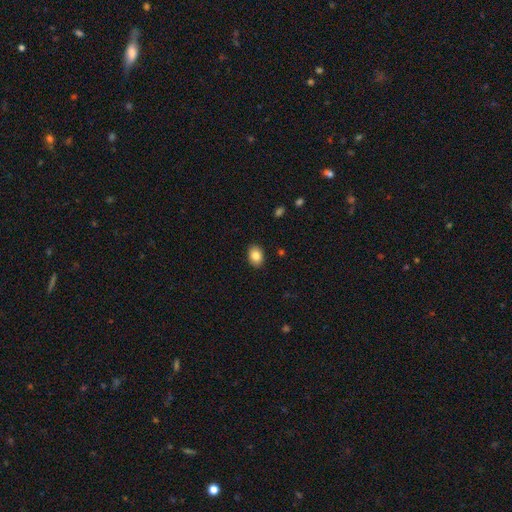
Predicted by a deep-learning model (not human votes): smooth-or-featured: smooth: 85% | star or artifact: 8% | featured or disk: 7%
  how-rounded: in between: 69% | round: 30% | cigar-shaped: 1%
  merging: none: 89% | minor disturbance: 8% | major disturbance: 2% | merger: 1%